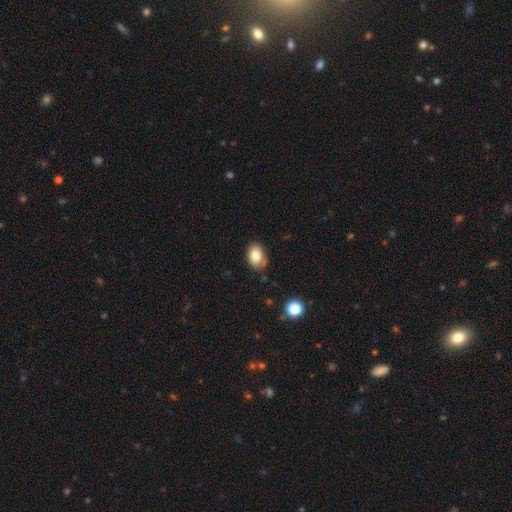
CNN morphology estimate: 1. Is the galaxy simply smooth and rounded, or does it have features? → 82% smooth, 9% star or artifact, 9% featured or disk.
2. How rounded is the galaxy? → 77% in between, 22% round, 1% cigar-shaped.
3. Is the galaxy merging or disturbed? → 78% none, 17% minor disturbance, 3% major disturbance, 3% merger.